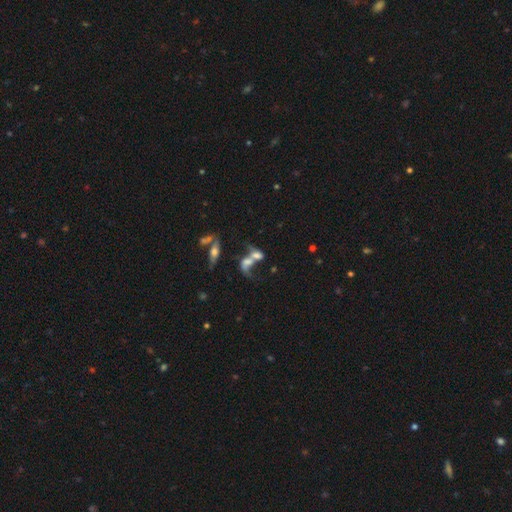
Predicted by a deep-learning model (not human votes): Morphology: type=smooth (43%); merging=merger (69%).